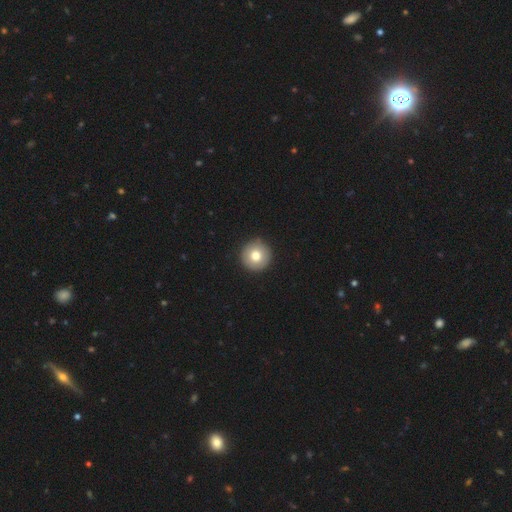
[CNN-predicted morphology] This is likely a smooth galaxy (77%). How rounded: clearly round (96%). Merging: clearly none (93%).